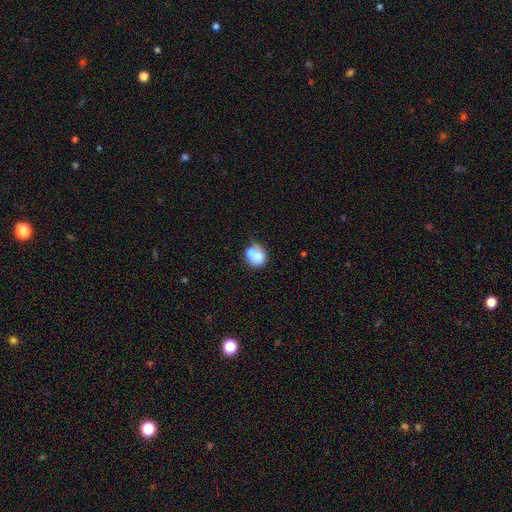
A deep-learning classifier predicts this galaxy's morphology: This is likely a smooth galaxy (77%). How rounded: likely round (68%). Merging: possibly none (48%).